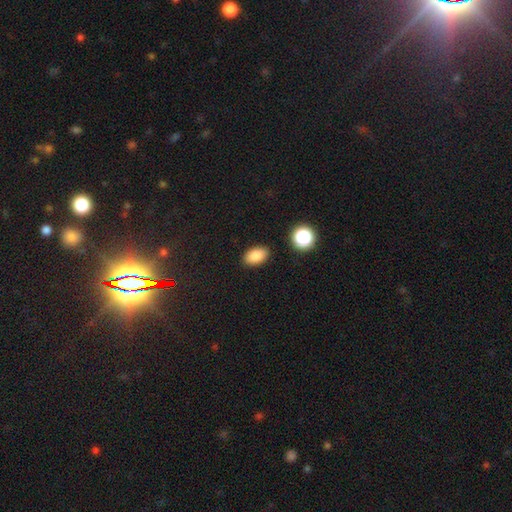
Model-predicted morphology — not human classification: Smooth or featured: smooth — 85% (star or artifact — 10%)
How rounded: in between — 90% (round — 9%)
Merging: none — 88% (minor disturbance — 8%)